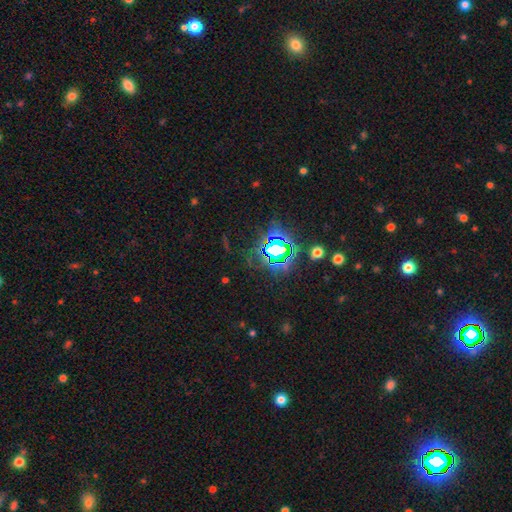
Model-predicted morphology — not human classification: Smooth or featured? star or artifact (80%)